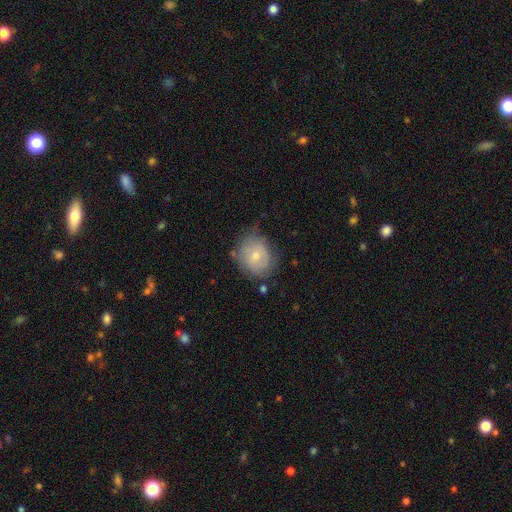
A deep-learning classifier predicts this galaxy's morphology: smooth-or-featured: smooth: 65% | featured or disk: 28% | star or artifact: 8%
  how-rounded: round: 70% | in between: 29% | cigar-shaped: 1%
  merging: none: 59% | minor disturbance: 29% | major disturbance: 9% | merger: 3%